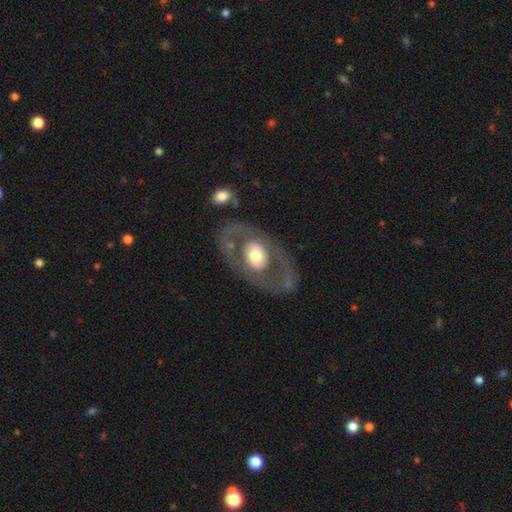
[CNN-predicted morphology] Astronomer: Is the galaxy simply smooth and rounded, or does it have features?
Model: featured or disk — 59% (runner-up: smooth, 35%).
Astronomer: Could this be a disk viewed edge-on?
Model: no — 90%.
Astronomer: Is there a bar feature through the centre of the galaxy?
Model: no — 81%.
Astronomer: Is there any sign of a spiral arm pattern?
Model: no — 85%.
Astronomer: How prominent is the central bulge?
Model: moderate — 50% (runner-up: large, 38%).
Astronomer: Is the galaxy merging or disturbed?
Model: none — 76%.